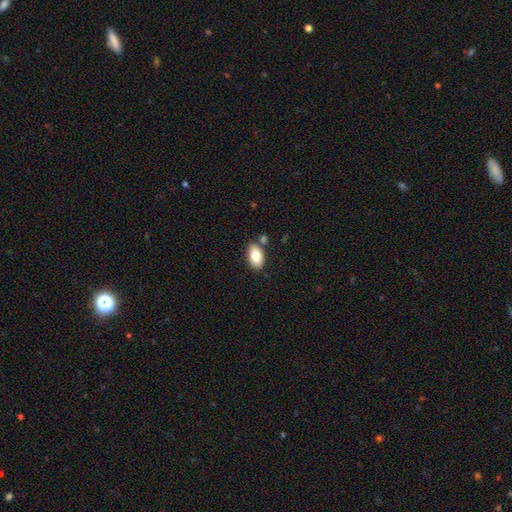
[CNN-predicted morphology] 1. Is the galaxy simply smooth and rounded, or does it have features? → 82% smooth, 11% featured or disk, 7% star or artifact.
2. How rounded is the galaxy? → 92% in between, 7% round, 2% cigar-shaped.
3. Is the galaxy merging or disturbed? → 78% none, 11% minor disturbance, 8% merger, 2% major disturbance.